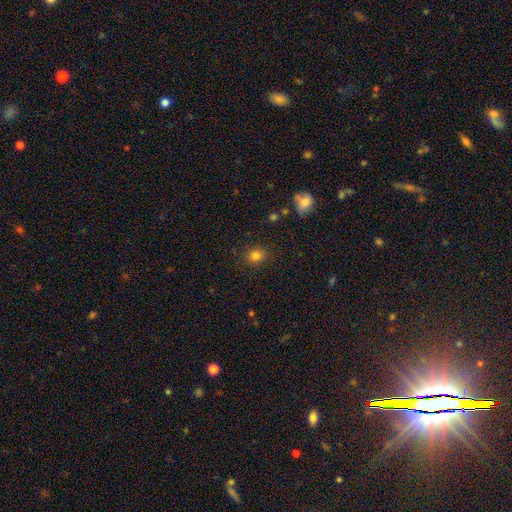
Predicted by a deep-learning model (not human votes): Morphology: type=smooth (80%); roundness=round (78%); merging=none (87%).